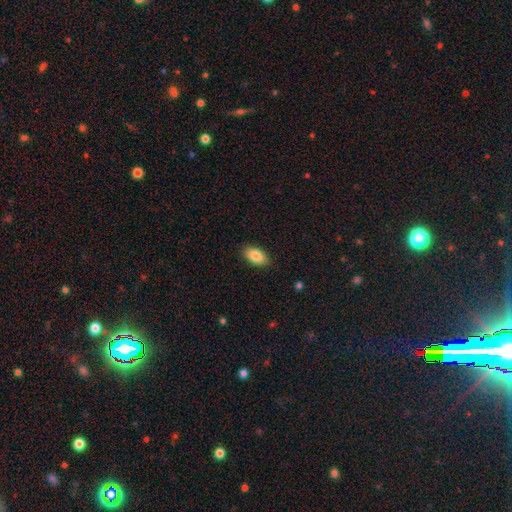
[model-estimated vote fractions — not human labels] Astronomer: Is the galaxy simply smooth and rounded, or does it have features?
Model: smooth — 86%.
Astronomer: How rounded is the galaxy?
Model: in between — 93%.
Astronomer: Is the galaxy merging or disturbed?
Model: none — 88%.